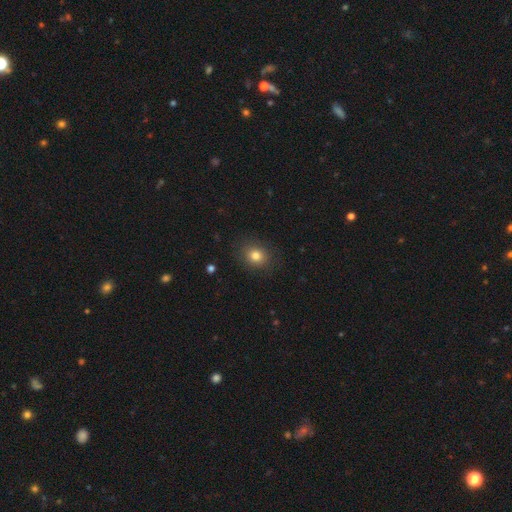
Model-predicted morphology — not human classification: This appears to be a smooth galaxy with no disk features (80%) that is round (65%). Merging: none (86%).